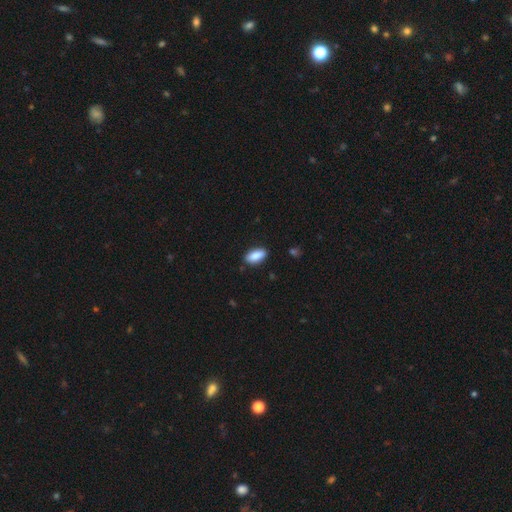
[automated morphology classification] Overall: smooth (87%). How rounded: in between (88%). Merging: none (88%).